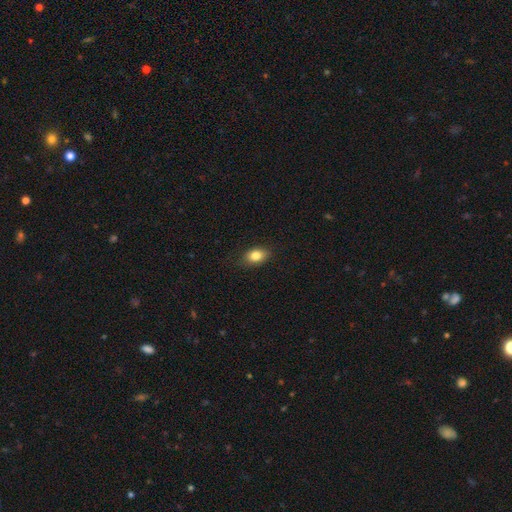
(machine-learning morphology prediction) smooth 84%, star or artifact 8%, featured or disk 8%. Down the decision tree: how rounded — in between (81%); merging — none (83%).